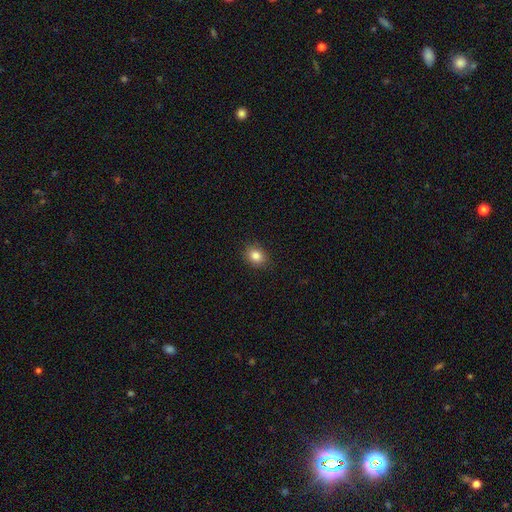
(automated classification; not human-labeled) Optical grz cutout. It shows a smooth galaxy with no disk features (84%) that is in between round and cigar-shaped (50%). Merging: none (89%).